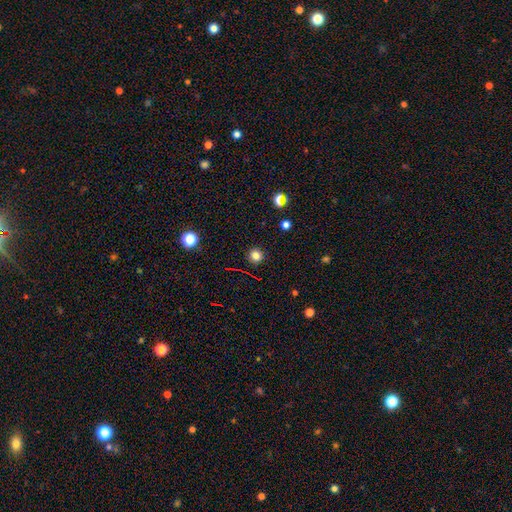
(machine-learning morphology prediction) type=smooth (79%); roundness=round (92%); merging=none (91%).